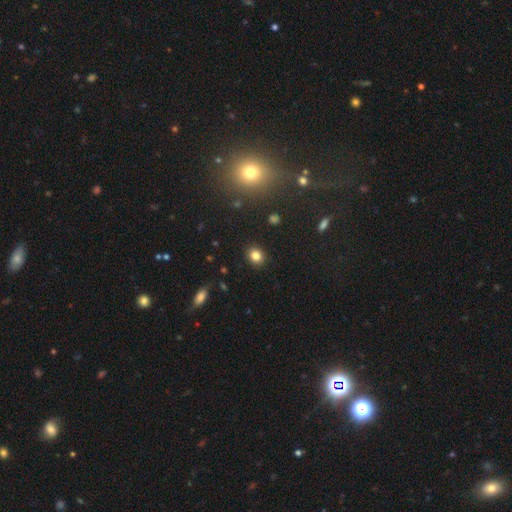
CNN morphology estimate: The model was most divided on "how rounded": round: 65%, in between: 34%, cigar-shaped: 1%. More confident: merging — none (90%); smooth or featured — smooth (82%).